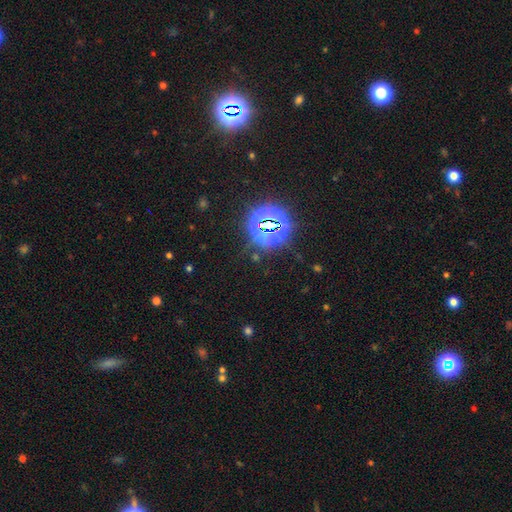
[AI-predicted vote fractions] Smooth or featured? Predicted: star or artifact (p=0.81).